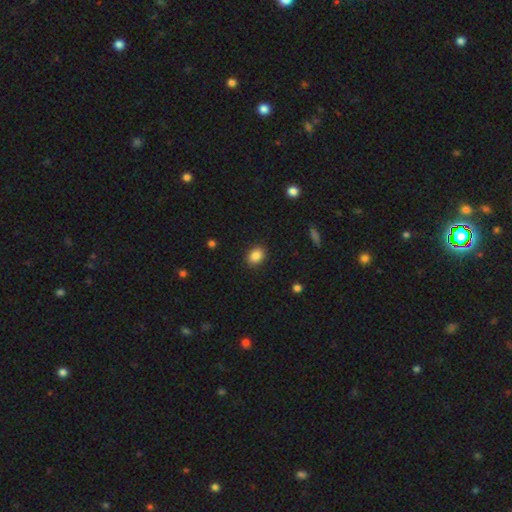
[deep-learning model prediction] This appears to be a smooth galaxy with no disk features (86%) that is in between round and cigar-shaped (62%). Merging: none (89%).